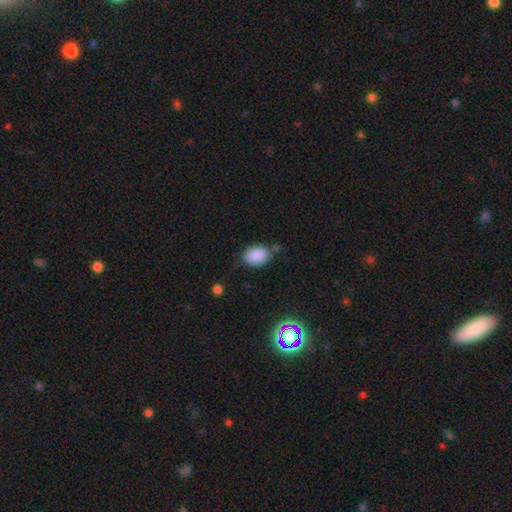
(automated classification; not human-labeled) smooth_or_featured: smooth (p=0.88) [alt: star or artifact p=0.08]
how_rounded: in between (p=0.79) [alt: round p=0.20]
merging: none (p=0.68) [alt: minor disturbance p=0.22]